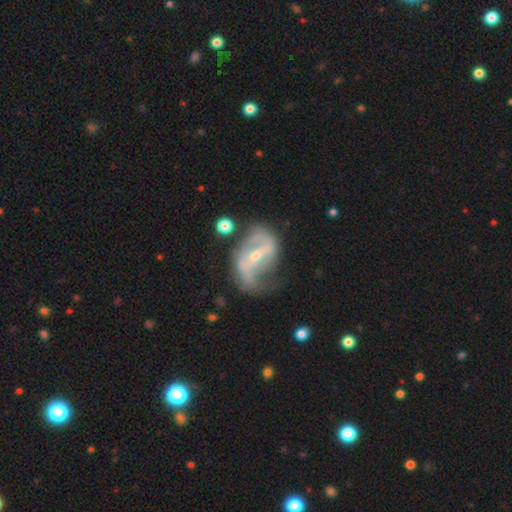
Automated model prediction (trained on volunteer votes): Morphology: type=featured or disk (81%); edge-on=no (95%); bar=strong (52%); spiral arms=yes (80%); winding=loose (42%); arm count=2 (73%); bulge=small (61%); merging=none (45%).